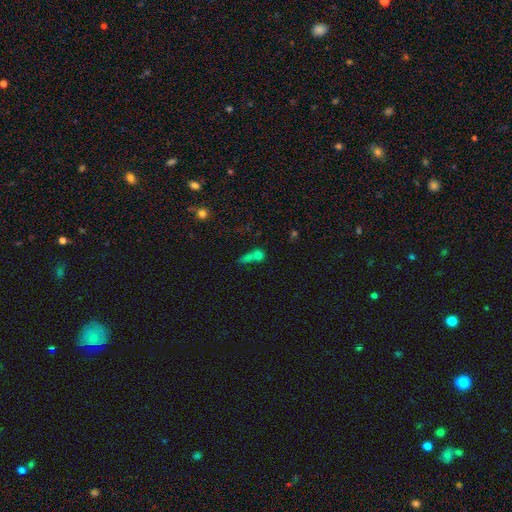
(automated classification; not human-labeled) This appears to be a smooth galaxy with no disk features (64%) that is in between round and cigar-shaped (49%). Merging: merger (54%).